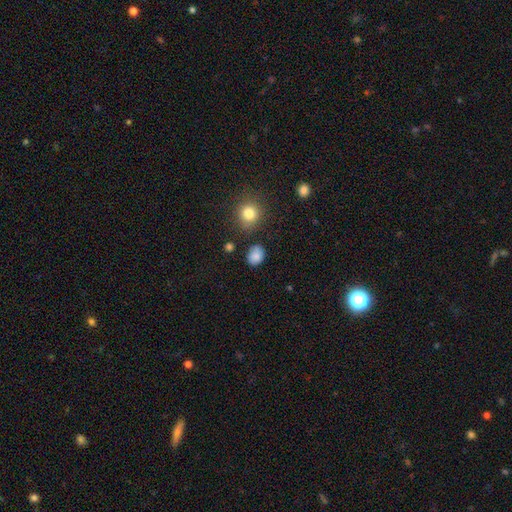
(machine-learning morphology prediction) Smooth or featured: smooth — 85% (star or artifact — 10%)
How rounded: in between — 58% (round — 41%)
Merging: none — 76% (minor disturbance — 17%)